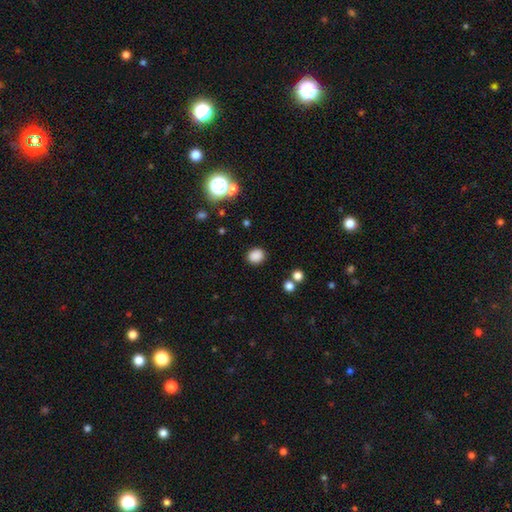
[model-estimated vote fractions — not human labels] Overall: smooth (84%). How rounded: round (68%; in between 31%). Merging: none (86%).